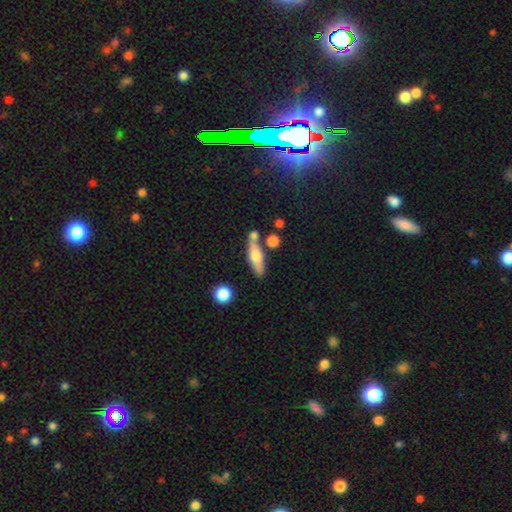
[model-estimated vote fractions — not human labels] smooth 50%, featured or disk 43%, star or artifact 7%. Down the decision tree: merging — none (68%).